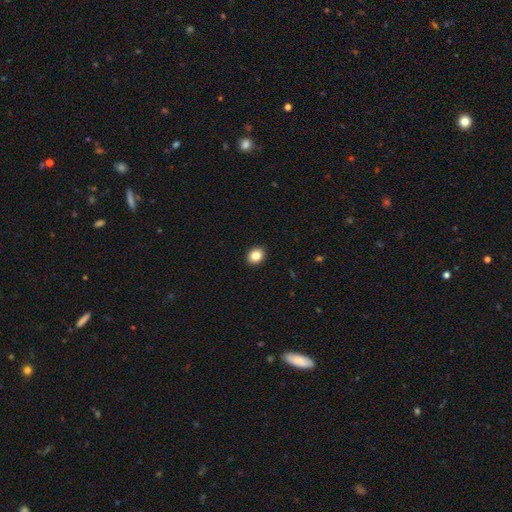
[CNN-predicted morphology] Smooth or featured? Predicted: smooth (p=0.85). How rounded? Predicted: round (p=0.59). Merging? Predicted: none (p=0.92).